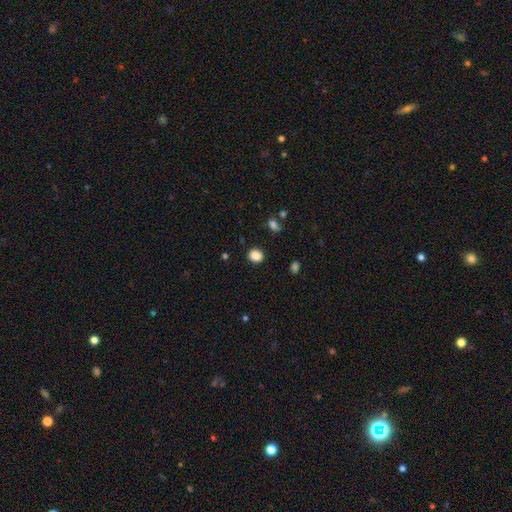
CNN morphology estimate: smooth-or-featured: smooth: 87% | star or artifact: 10% | featured or disk: 3%
  how-rounded: round: 65% | in between: 34% | cigar-shaped: 1%
  merging: none: 89% | minor disturbance: 8% | major disturbance: 2% | merger: 1%